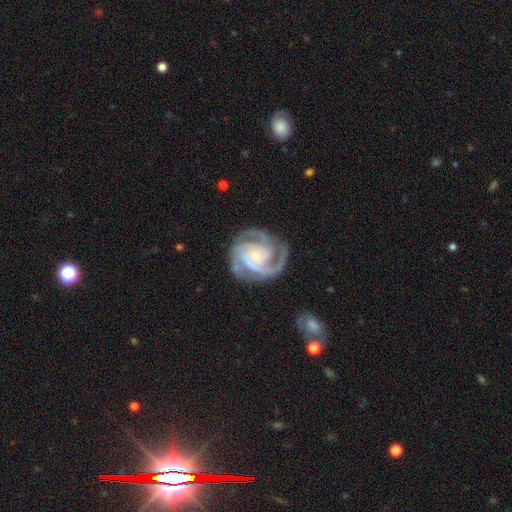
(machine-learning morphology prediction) Overall: featured or disk (91%). Edge-on disk: no (98%). Bar: no (65%; weak 27%). Spiral arms: yes (98%). Spiral arm count: 3 (47%; 2 20%). Spiral winding: tight (60%; medium 35%). Bulge size: small (65%; moderate 31%). Merging: none (72%).